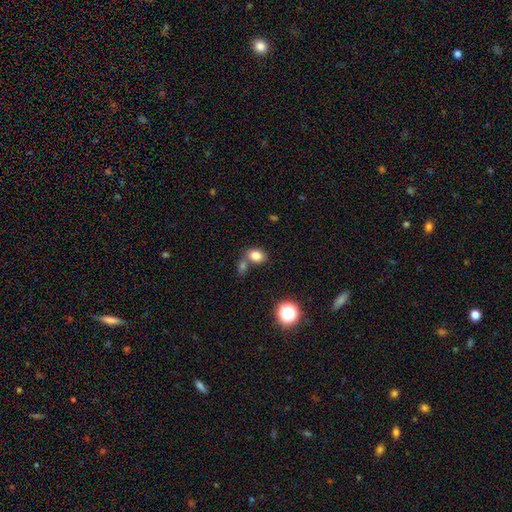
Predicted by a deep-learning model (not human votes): The model was most divided on "merging": none: 55%, merger: 29%, minor disturbance: 12%, major disturbance: 4%. More confident: smooth or featured — smooth (81%); how rounded — in between (65%).